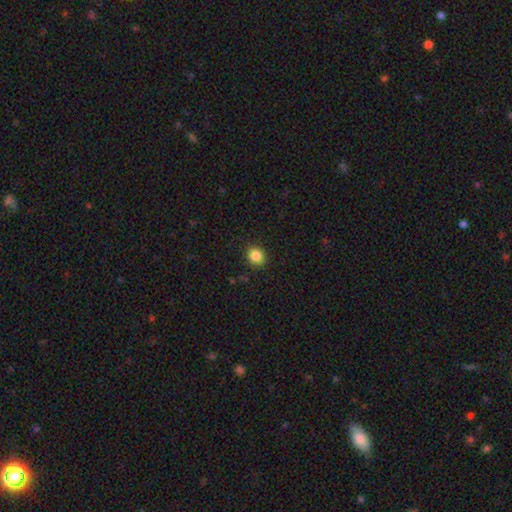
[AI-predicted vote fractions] This appears to be a smooth galaxy with no disk features (86%) that is round (78%). Merging: none (89%).